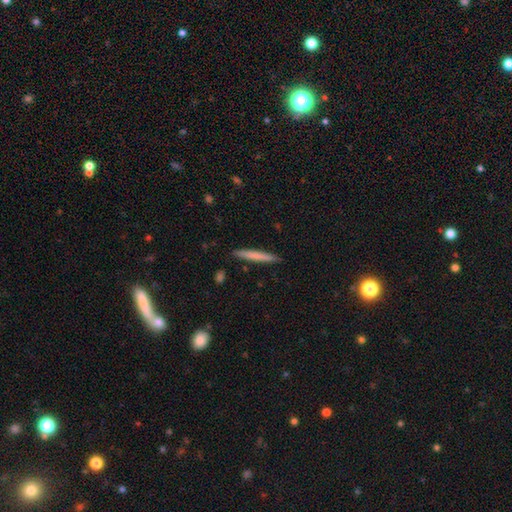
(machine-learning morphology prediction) type=smooth (70%); roundness=cigar-shaped (96%); merging=none (91%).